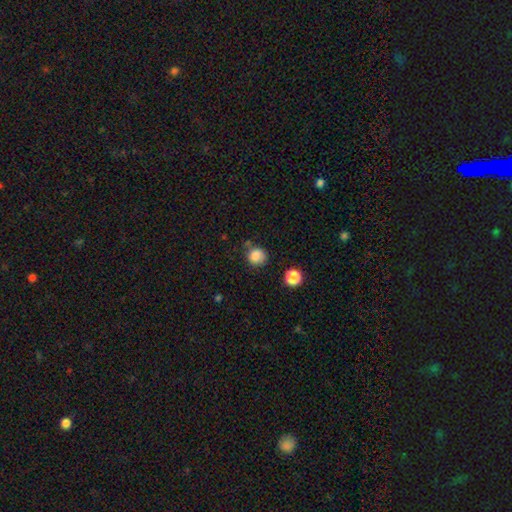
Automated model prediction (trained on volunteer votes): A smooth galaxy with no disk features (84%) that is round (83%).

Vote fractions:
- Smooth or featured? smooth: 84% / star or artifact: 11% / featured or disk: 5%
- How rounded? round: 83% / in between: 17% / cigar-shaped: 1%
- Merging? none: 68% / minor disturbance: 20% / merger: 6% / major disturbance: 6%